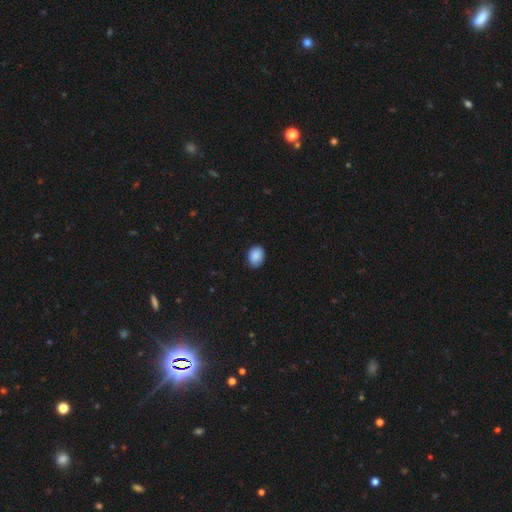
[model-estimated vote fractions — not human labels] smooth 89%, star or artifact 7%, featured or disk 4%. Down the decision tree: how rounded — in between (64%); merging — none (85%).